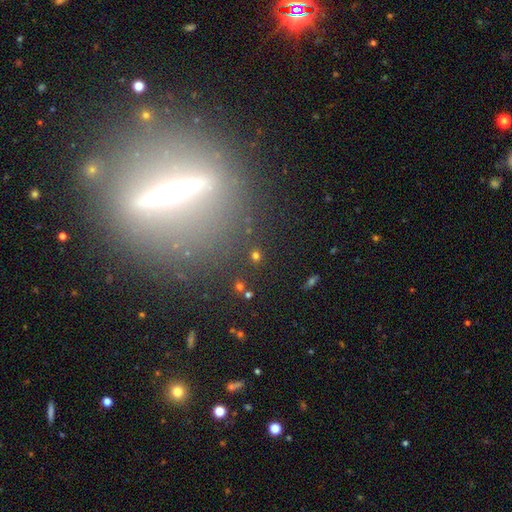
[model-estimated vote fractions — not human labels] Smooth or featured? smooth (46%)
Merging? none (83%)